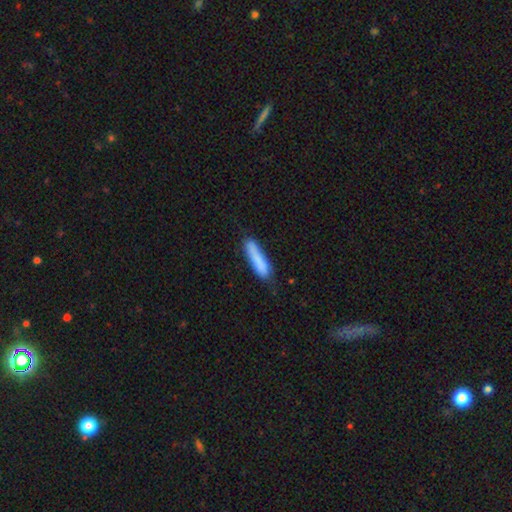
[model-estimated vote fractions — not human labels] smooth-or-featured: smooth: 83% | featured or disk: 11% | star or artifact: 6%
  how-rounded: cigar-shaped: 85% | in between: 13% | round: 1%
  merging: none: 70% | minor disturbance: 23% | major disturbance: 5% | merger: 3%